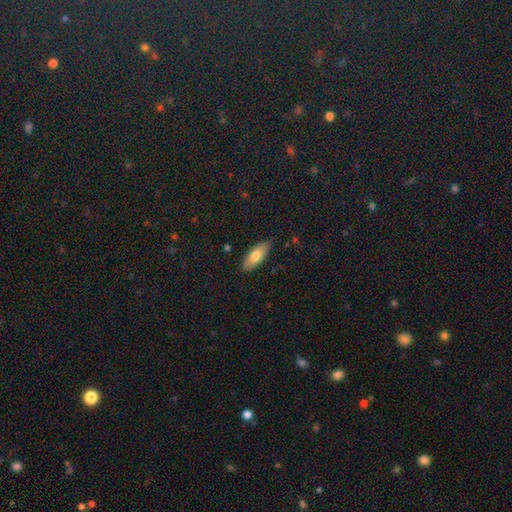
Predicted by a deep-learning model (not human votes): Smooth or featured?
  - smooth: 75% *
  - featured or disk: 19%
  - star or artifact: 6%
How rounded?
  - in between: 77% *
  - cigar-shaped: 21%
  - round: 2%
Merging?
  - none: 82% *
  - minor disturbance: 14%
  - major disturbance: 2%
  - merger: 1%